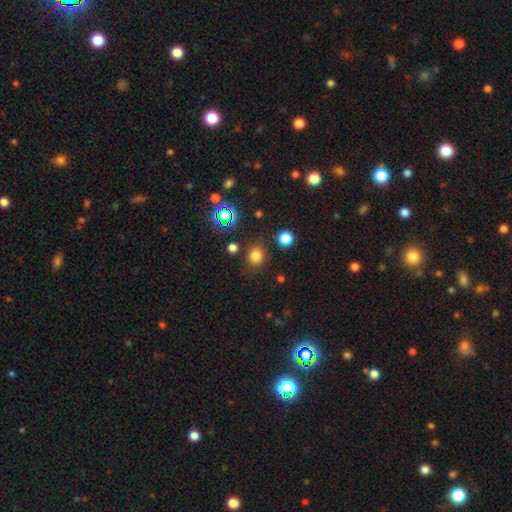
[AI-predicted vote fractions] This is likely a smooth galaxy (77%). How rounded: likely round (76%). Merging: clearly none (81%).